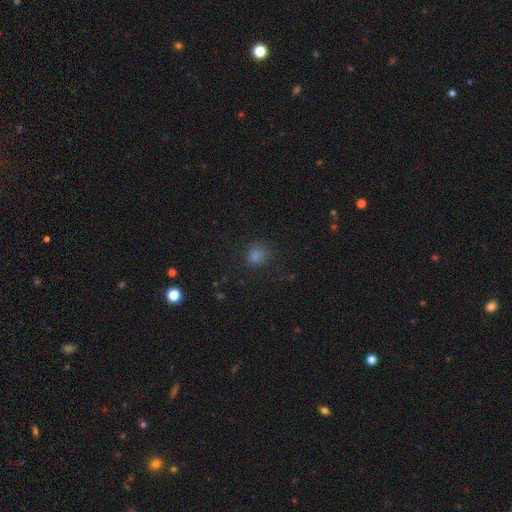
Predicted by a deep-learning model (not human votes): Smooth or featured? Predicted: smooth (p=0.74). How rounded? Predicted: round (p=0.87). Merging? Predicted: none (p=0.82).